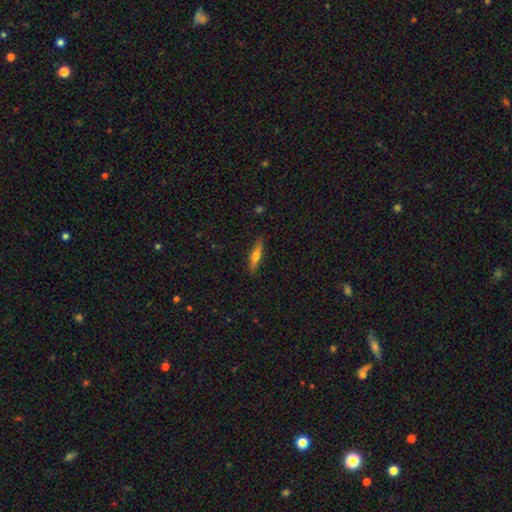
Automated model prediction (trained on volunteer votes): Smooth or featured: smooth — 63% (featured or disk — 30%)
How rounded: cigar-shaped — 77% (in between — 21%)
Merging: none — 86% (minor disturbance — 10%)